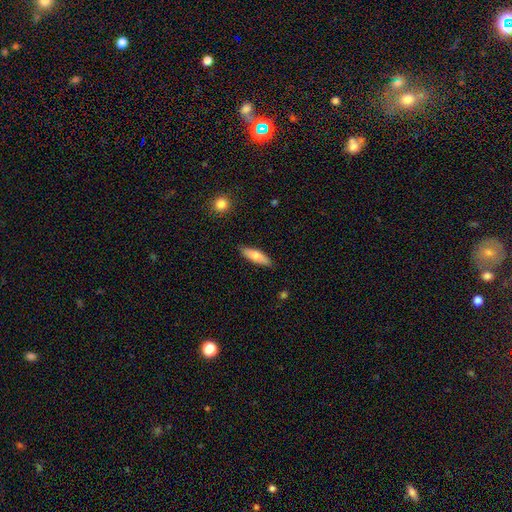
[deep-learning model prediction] Smooth or featured?
  - smooth: 73% *
  - featured or disk: 21%
  - star or artifact: 6%
How rounded?
  - cigar-shaped: 52% *
  - in between: 46%
  - round: 2%
Merging?
  - none: 87% *
  - minor disturbance: 10%
  - major disturbance: 2%
  - merger: 1%